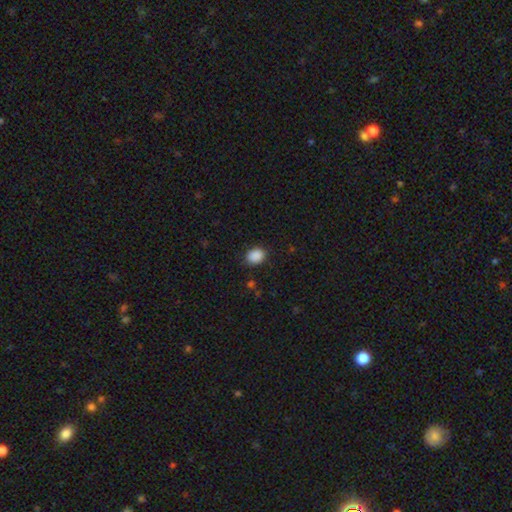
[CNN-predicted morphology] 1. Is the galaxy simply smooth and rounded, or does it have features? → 89% smooth, 9% star or artifact, 2% featured or disk.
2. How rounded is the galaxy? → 57% in between, 42% round, 1% cigar-shaped.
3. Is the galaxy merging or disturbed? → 86% none, 10% minor disturbance, 3% major disturbance, 1% merger.